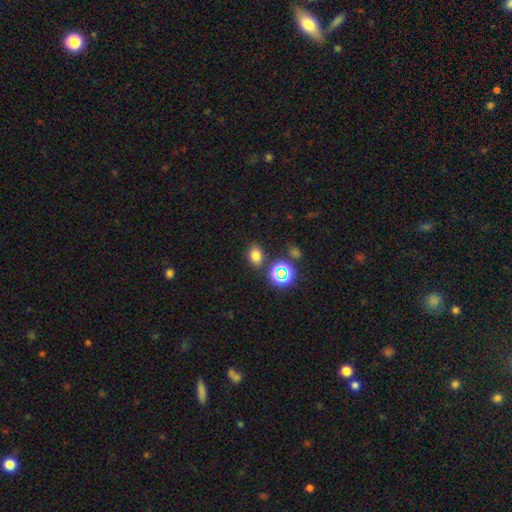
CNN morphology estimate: This is likely a smooth galaxy (73%). How rounded: likely in between (63%). Merging: clearly none (82%).